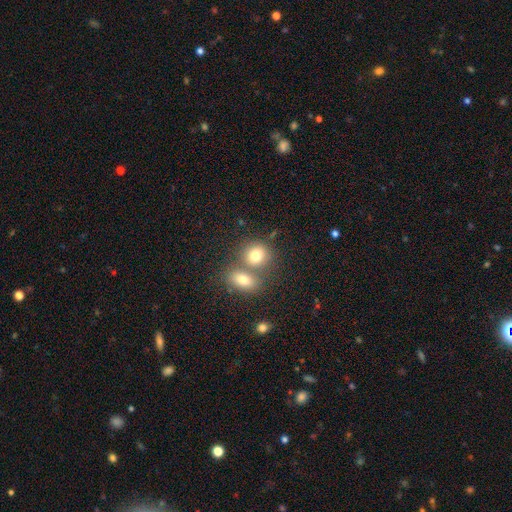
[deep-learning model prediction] This appears to be a smooth galaxy with no disk features (78%) that is round (68%). Merging: none (47%).